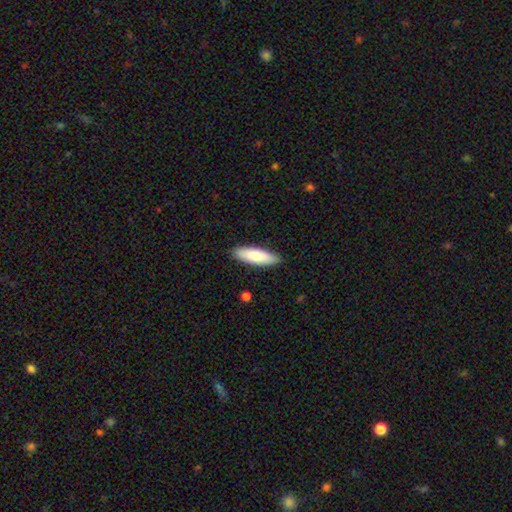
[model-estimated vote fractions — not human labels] Smooth or featured? smooth (78%)
How rounded? in between (50%)
Merging? none (88%)